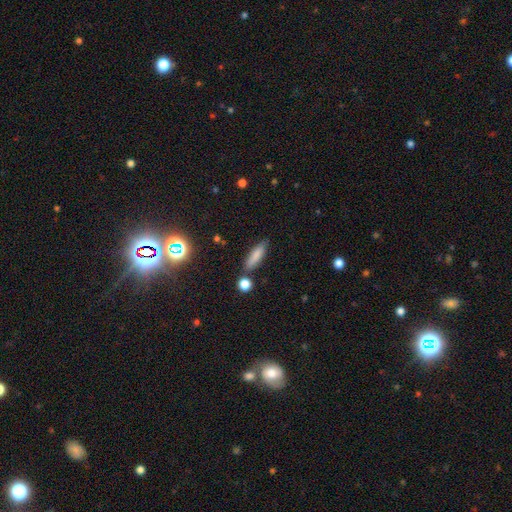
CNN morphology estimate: smooth 79%, featured or disk 11%, star or artifact 9%. Down the decision tree: how rounded — cigar-shaped (62%); merging — none (78%).